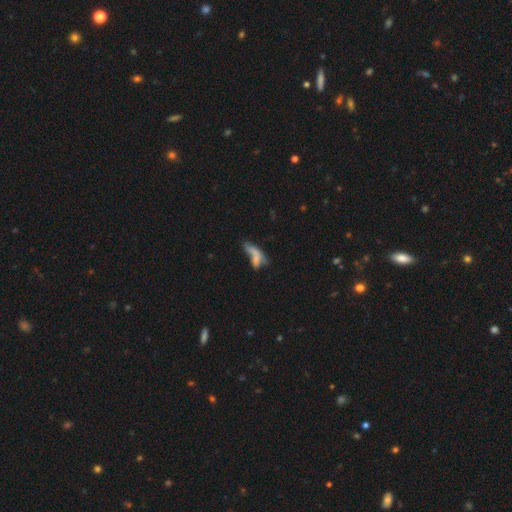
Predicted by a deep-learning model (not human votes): Smooth or featured: smooth — 60% (featured or disk — 27%)
How rounded: in between — 61% (cigar-shaped — 34%)
Merging: merger — 35% (major disturbance — 25%)